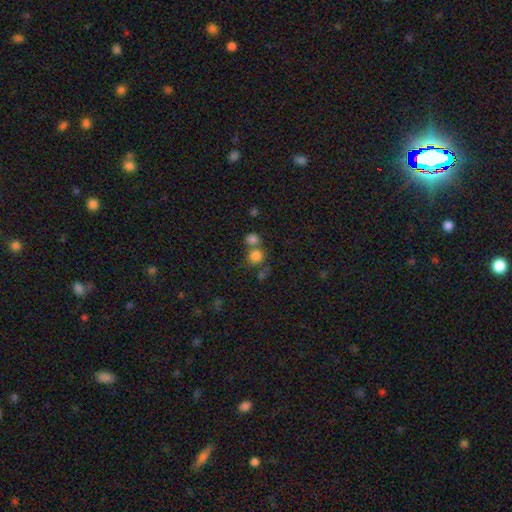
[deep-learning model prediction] This appears to be a smooth galaxy with no disk features (80%) that is round (87%). Merging: none (51%).